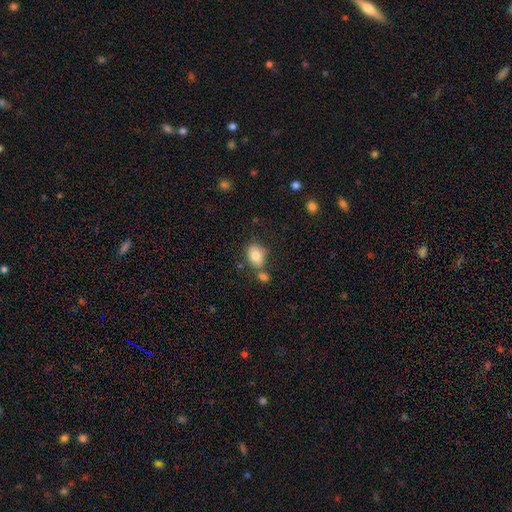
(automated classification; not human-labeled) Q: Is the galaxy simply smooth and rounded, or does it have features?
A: smooth — 81%.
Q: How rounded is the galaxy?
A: in between — 65%.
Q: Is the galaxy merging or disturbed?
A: none — 60%.